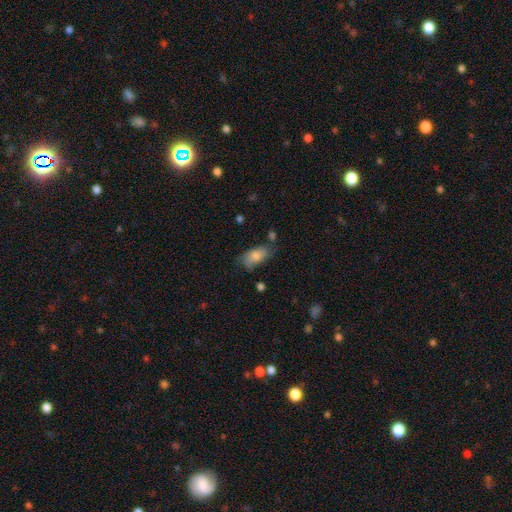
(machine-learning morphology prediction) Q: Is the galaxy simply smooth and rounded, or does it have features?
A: smooth — 76%.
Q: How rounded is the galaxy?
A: in between — 89%.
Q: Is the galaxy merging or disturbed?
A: none — 61%.